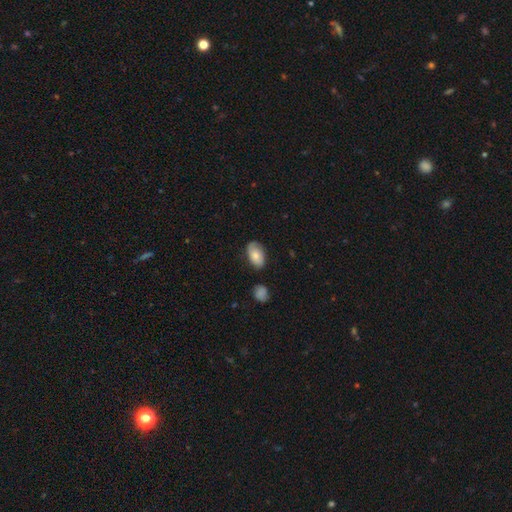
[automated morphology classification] Smooth or featured?
  - smooth: 69% *
  - featured or disk: 24%
  - star or artifact: 7%
How rounded?
  - in between: 91% *
  - round: 7%
  - cigar-shaped: 2%
Merging?
  - none: 70% *
  - minor disturbance: 22%
  - major disturbance: 5%
  - merger: 3%